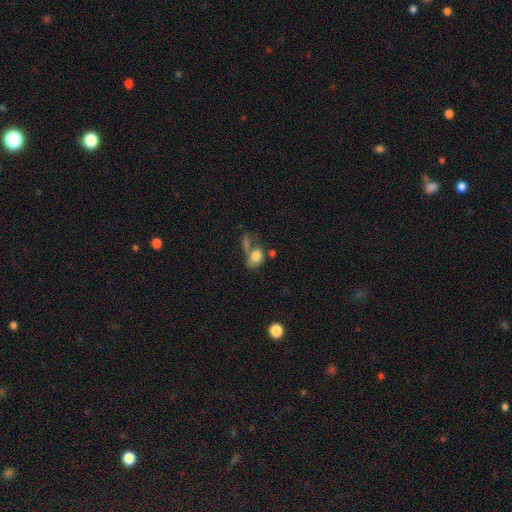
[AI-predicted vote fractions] Q: Smooth or featured?
A: smooth (74%); runner-up: featured or disk (16%)
Q: How rounded?
A: in between (69%); runner-up: round (28%)
Q: Merging?
A: merger (40%); runner-up: none (27%)